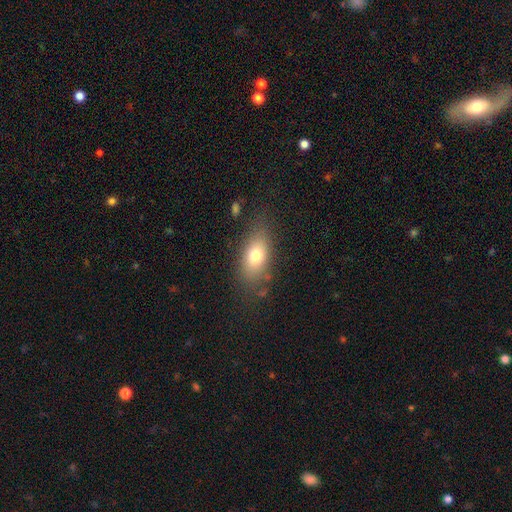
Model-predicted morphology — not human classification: The model was most divided on "smooth or featured": smooth: 73%, featured or disk: 17%, star or artifact: 10%. More confident: how rounded — in between (82%); merging — none (75%).